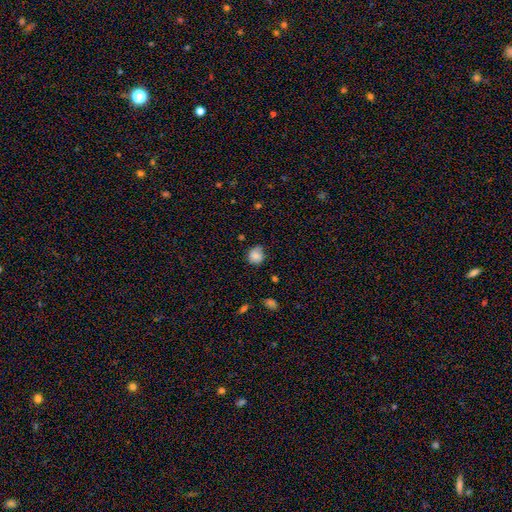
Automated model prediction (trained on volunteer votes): This appears to be a smooth galaxy with no disk features (80%) that is round (79%). Merging: none (68%).